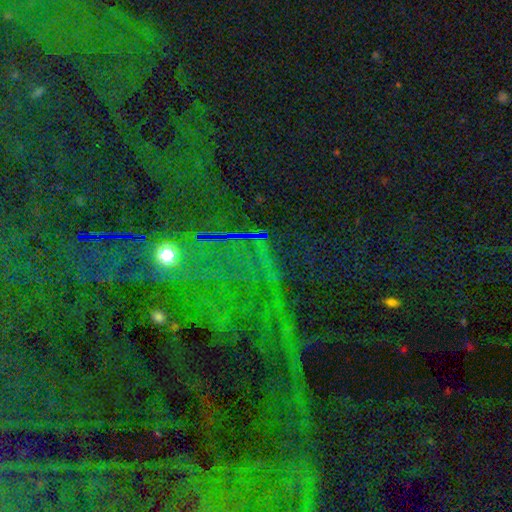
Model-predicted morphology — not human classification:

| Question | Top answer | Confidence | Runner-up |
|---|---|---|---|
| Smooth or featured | star or artifact | 85% | smooth (8%) |